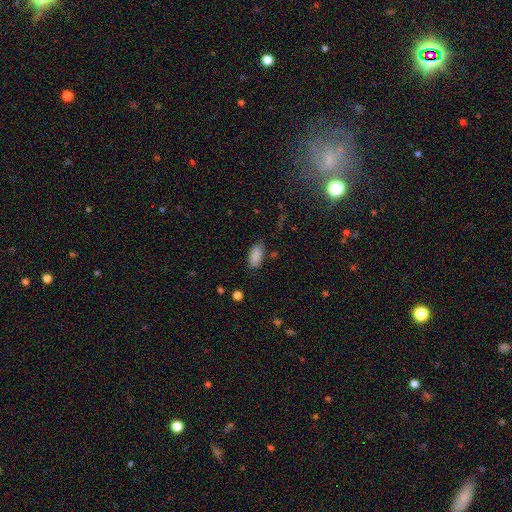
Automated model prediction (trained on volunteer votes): A smooth galaxy with no disk features (88%) that is in between round and cigar-shaped (93%). Merging: none (78%).